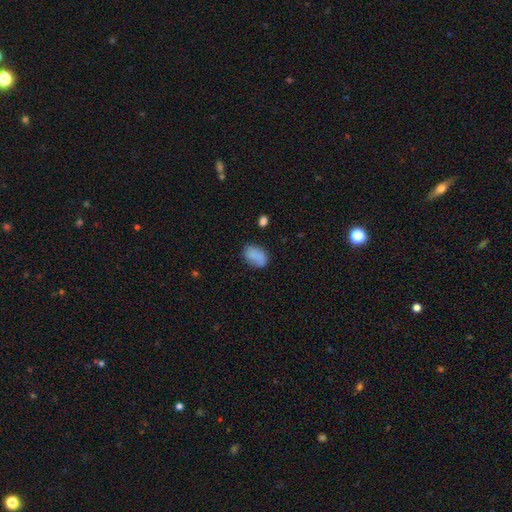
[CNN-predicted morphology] Smooth or featured?
  - smooth: 85% *
  - star or artifact: 8%
  - featured or disk: 7%
How rounded?
  - in between: 88% *
  - round: 11%
  - cigar-shaped: 2%
Merging?
  - none: 73% *
  - minor disturbance: 19%
  - major disturbance: 5%
  - merger: 3%